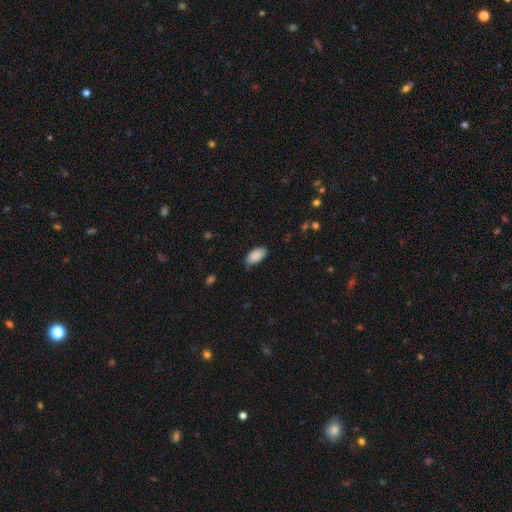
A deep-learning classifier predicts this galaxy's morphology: A smooth galaxy with no disk features (90%) that is in between round and cigar-shaped (95%). Merging: none (81%).